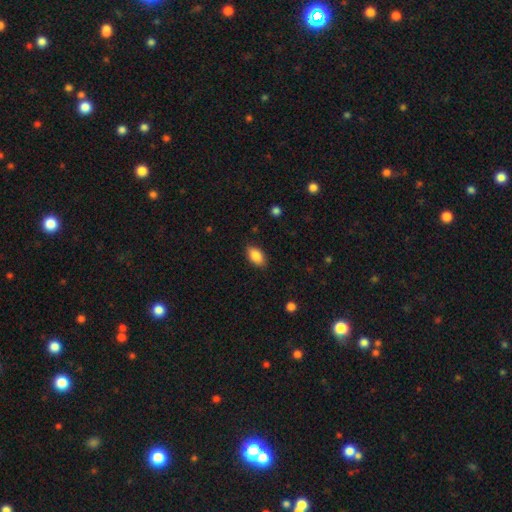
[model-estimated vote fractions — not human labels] Smooth or featured: smooth — 87% (star or artifact — 7%)
How rounded: in between — 92% (round — 6%)
Merging: none — 85% (minor disturbance — 11%)